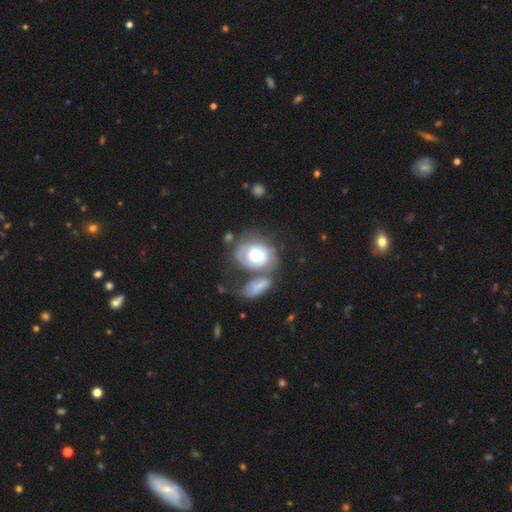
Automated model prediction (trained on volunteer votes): A smooth galaxy with no disk features (48%). Merging: merger (34%).